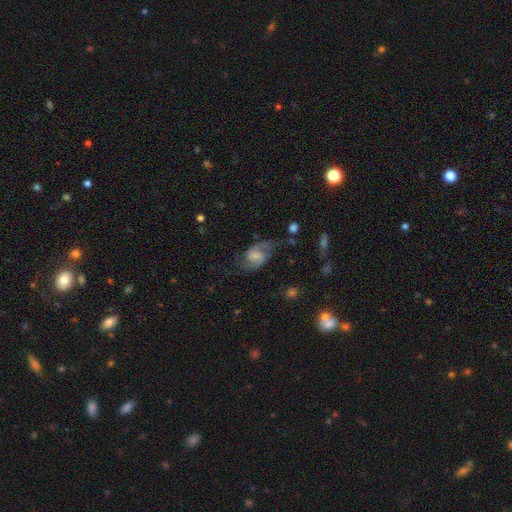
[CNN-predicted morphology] This is likely a featured or disk galaxy (73%). It is clearly not viewed edge-on (97%). Bar: possibly weak (46%). Spiral arm pattern: clearly yes (93%). Spiral arm count: clearly 2 (89%). Spiral winding: possibly medium (45%). Central bulge: marginally small (32%). Merging: possibly none (55%).